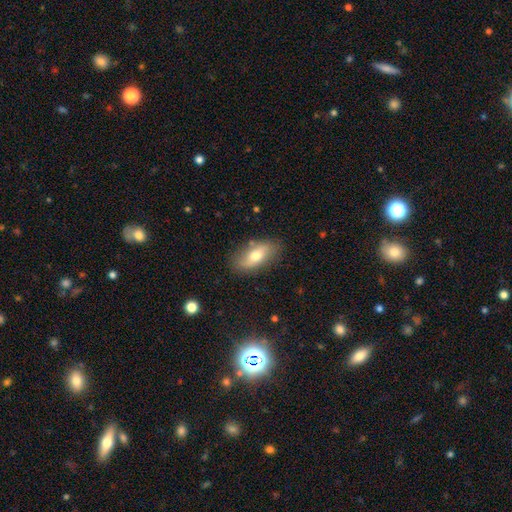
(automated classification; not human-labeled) smooth-or-featured: smooth: 63% | featured or disk: 29% | star or artifact: 7%
  how-rounded: in between: 85% | cigar-shaped: 10% | round: 4%
  merging: none: 78% | minor disturbance: 16% | major disturbance: 4% | merger: 2%